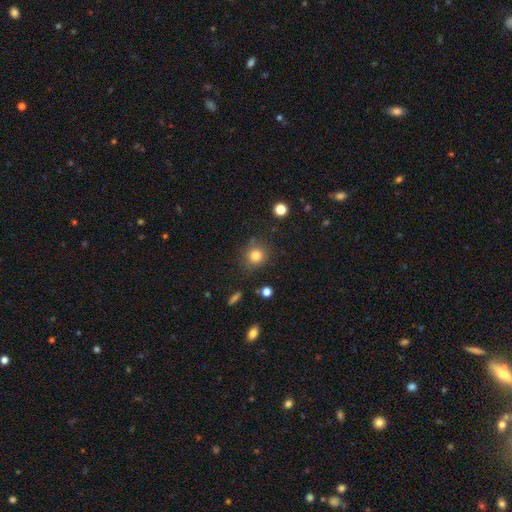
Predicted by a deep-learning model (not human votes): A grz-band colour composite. It shows a smooth galaxy with no disk features (81%) that is round (88%). Merging: none (80%).